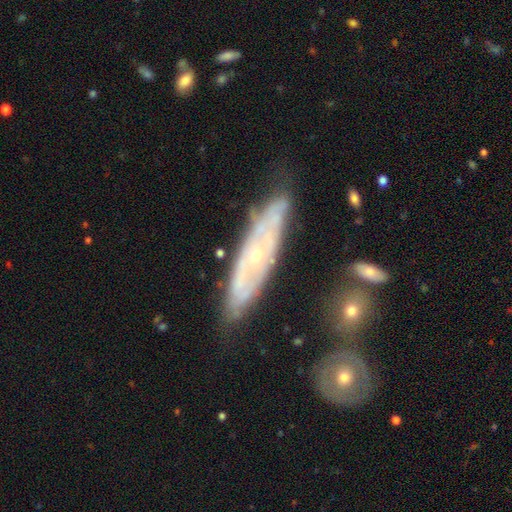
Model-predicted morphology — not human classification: smooth-or-featured: featured or disk: 78% | smooth: 16% | star or artifact: 6%
  disk-edge-on: no: 70% | yes: 30%
    bar: no: 78% | weak: 18% | strong: 5%
    has-spiral-arms: yes: 73% | no: 27%
    bulge-size: small: 65% | moderate: 32% | large: 1% | none: 1% | dominant: 1%
  merging: none: 70% | minor disturbance: 21% | major disturbance: 5% | merger: 3%